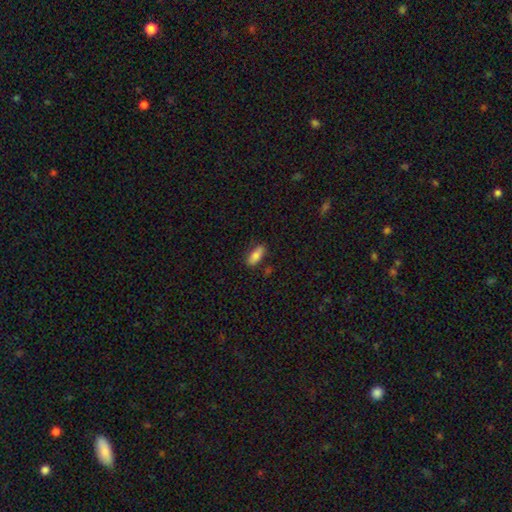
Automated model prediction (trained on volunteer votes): Smooth or featured: smooth — 80% (featured or disk — 13%)
How rounded: in between — 77% (cigar-shaped — 20%)
Merging: none — 82% (minor disturbance — 13%)